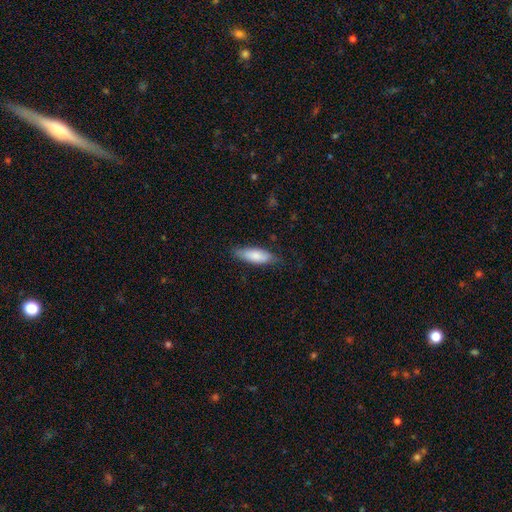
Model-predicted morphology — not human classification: Overall: smooth (81%). How rounded: in between (62%; cigar-shaped 36%). Merging: none (77%).